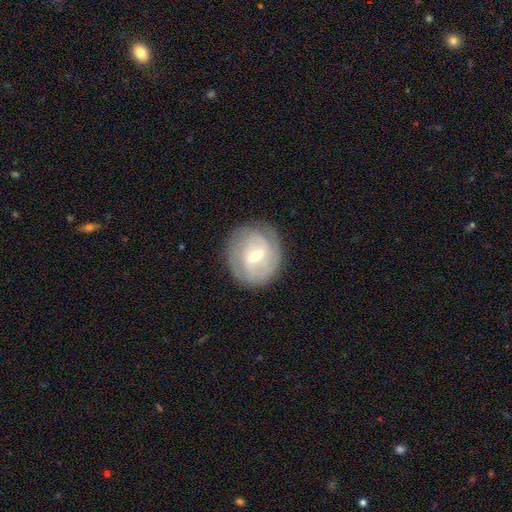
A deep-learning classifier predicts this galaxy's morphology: A featured or disk galaxy (73%) with a weak bar (57%), 2 (44%) tight (62%) spiral arms (84%) and a moderate central bulge (49%). Merging: none (80%).